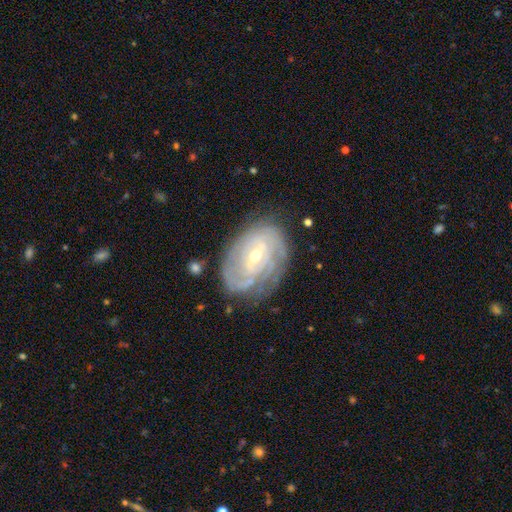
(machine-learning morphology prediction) Smooth or featured?
  - featured or disk: 85% *
  - smooth: 9%
  - star or artifact: 6%
Edge-on disk?
  - no: 96% *
  - yes: 4%
Bar?
  - weak: 51% *
  - no: 27%
  - strong: 22%
Spiral arms?
  - yes: 93% *
  - no: 7%
Spiral winding?
  - tight: 75% *
  - medium: 20%
  - loose: 5%
Spiral arm count?
  - can't tell: 42% *
  - 2: 21%
  - 3: 17%
  - 4: 11%
  - more than 4: 5%
  - 1: 5%
Bulge size?
  - small: 54% *
  - moderate: 43%
  - large: 1%
  - none: 1%
  - dominant: 1%
Merging?
  - none: 69% *
  - minor disturbance: 21%
  - major disturbance: 8%
  - merger: 2%